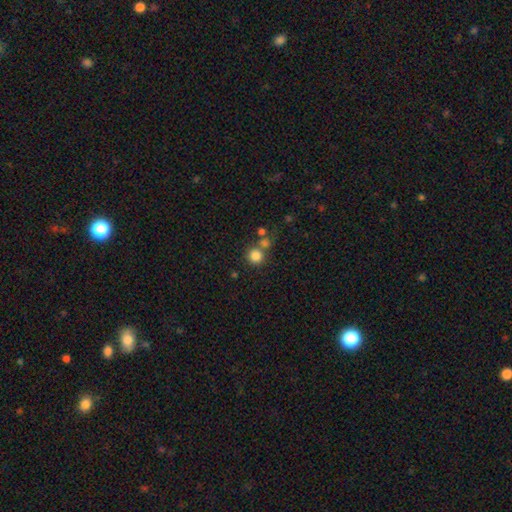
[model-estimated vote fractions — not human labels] Smooth or featured: smooth — 82% (star or artifact — 12%)
How rounded: round — 92% (in between — 7%)
Merging: none — 66% (merger — 22%)